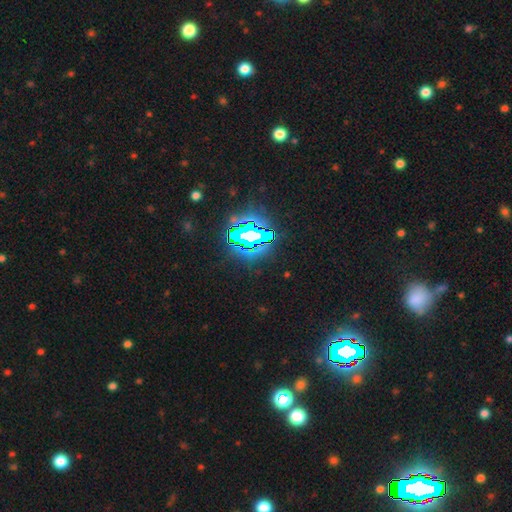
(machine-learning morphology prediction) type=star or artifact (83%).